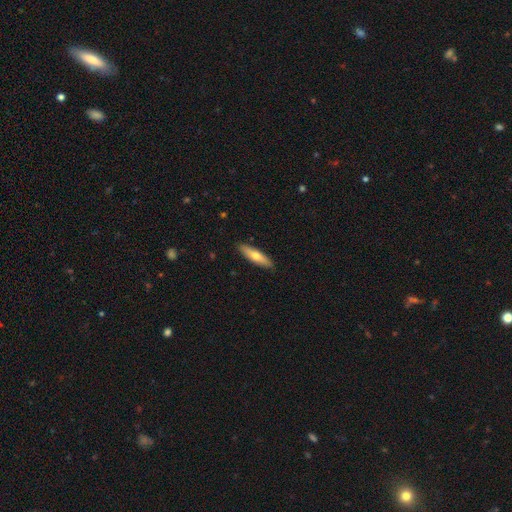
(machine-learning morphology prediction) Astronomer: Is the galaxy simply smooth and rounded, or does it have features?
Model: smooth — 60%.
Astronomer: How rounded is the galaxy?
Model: cigar-shaped — 72%.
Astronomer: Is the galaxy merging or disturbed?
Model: none — 89%.